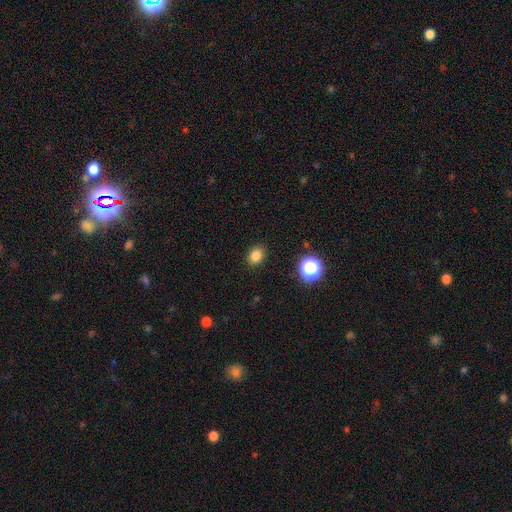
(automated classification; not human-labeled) A smooth galaxy with no disk features (82%) that is in between round and cigar-shaped (53%).

Vote fractions:
- Smooth or featured? smooth: 82% / star or artifact: 13% / featured or disk: 5%
- How rounded? in between: 53% / round: 46% / cigar-shaped: 1%
- Merging? none: 89% / minor disturbance: 7% / major disturbance: 2% / merger: 1%